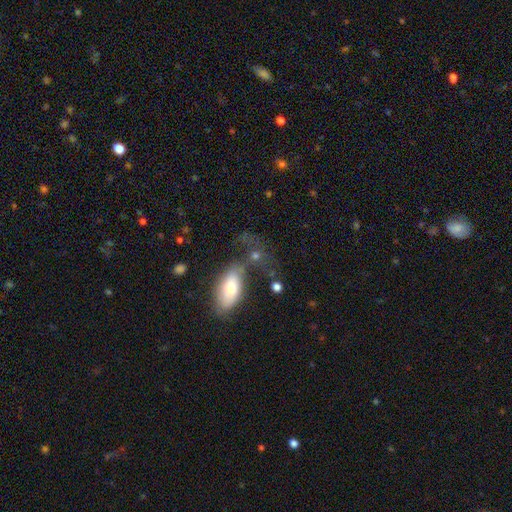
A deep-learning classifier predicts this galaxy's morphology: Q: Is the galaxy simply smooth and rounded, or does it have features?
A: smooth — 65%.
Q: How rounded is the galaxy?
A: in between — 70%.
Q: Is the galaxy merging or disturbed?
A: none — 40%.